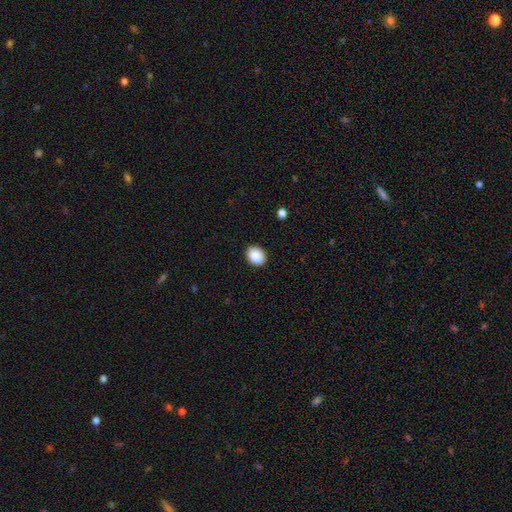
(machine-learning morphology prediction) A smooth galaxy with no disk features (90%) that is in between round and cigar-shaped (59%). Merging: none (90%).